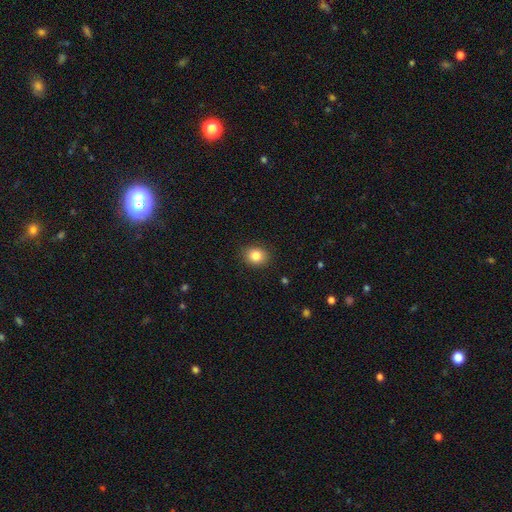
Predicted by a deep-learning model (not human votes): A smooth galaxy with no disk features (84%) that is round (62%). Merging: none (88%).